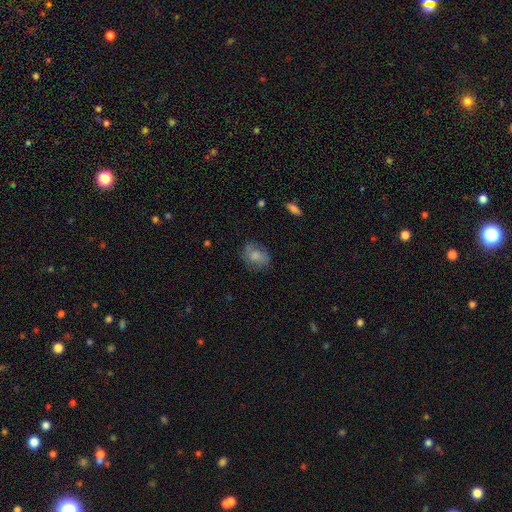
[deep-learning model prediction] smooth_or_featured: smooth (p=0.71) [alt: featured or disk p=0.21]
how_rounded: in between (p=0.64) [alt: round p=0.34]
merging: none (p=0.68) [alt: minor disturbance p=0.22]